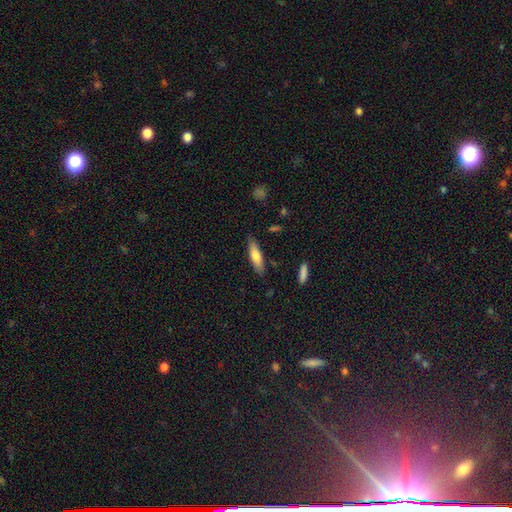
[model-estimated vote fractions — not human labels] Overall: smooth (70%). How rounded: cigar-shaped (67%; in between 31%). Merging: none (84%).